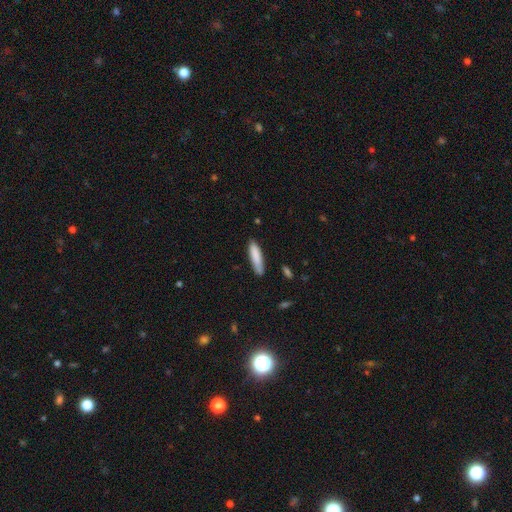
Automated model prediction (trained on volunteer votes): Overall: smooth (86%). How rounded: cigar-shaped (75%). Merging: none (81%).